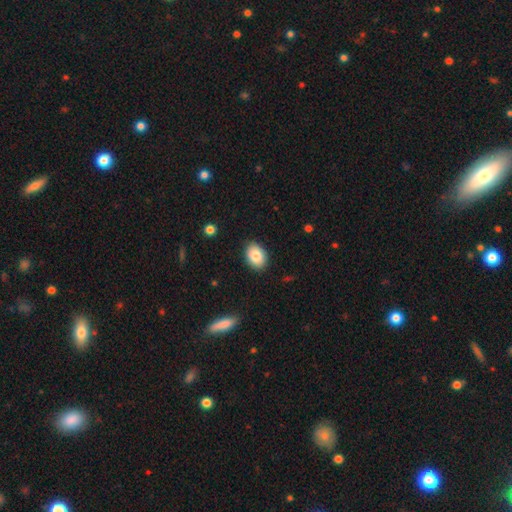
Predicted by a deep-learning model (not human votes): This appears to be a smooth galaxy with no disk features (84%) that is in between round and cigar-shaped (78%). Merging: none (88%).